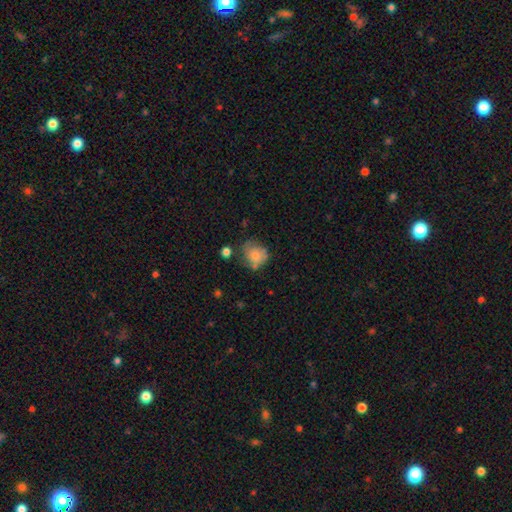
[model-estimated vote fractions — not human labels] Smooth or featured?
  - smooth: 73% *
  - featured or disk: 18%
  - star or artifact: 9%
How rounded?
  - round: 66% *
  - in between: 33%
  - cigar-shaped: 1%
Merging?
  - none: 47% *
  - minor disturbance: 30%
  - major disturbance: 14%
  - merger: 8%